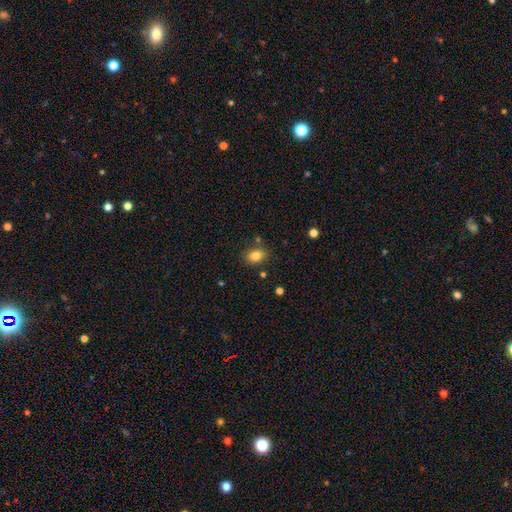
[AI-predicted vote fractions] This appears to be a smooth galaxy with no disk features (81%) that is in between round and cigar-shaped (68%). Merging: none (78%).